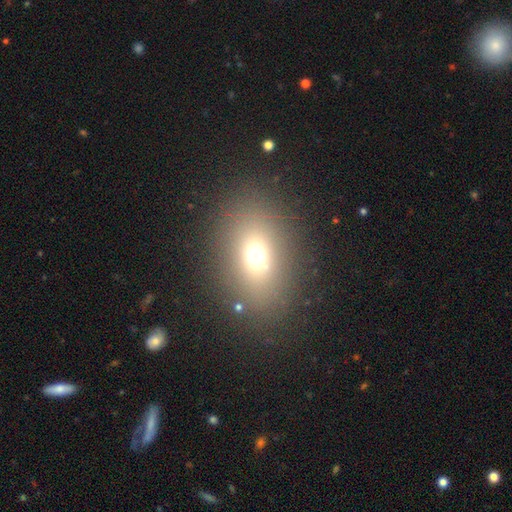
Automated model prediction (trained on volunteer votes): Smooth or featured? Predicted: smooth (p=0.66). How rounded? Predicted: in between (p=0.68). Merging? Predicted: none (p=0.82).